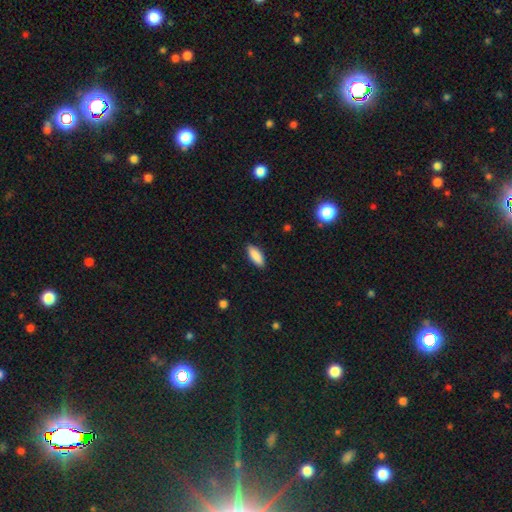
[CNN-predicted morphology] A smooth galaxy with no disk features (87%) that is in between round and cigar-shaped (74%). Merging: none (88%).